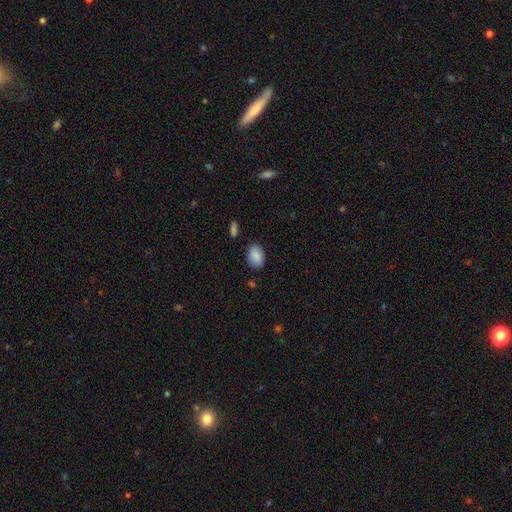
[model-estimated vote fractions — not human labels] This appears to be a smooth galaxy with no disk features (87%) that is in between round and cigar-shaped (85%). Merging: none (79%).